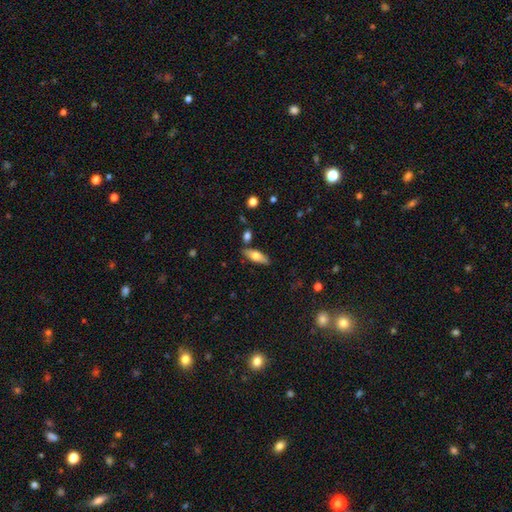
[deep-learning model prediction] smooth_or_featured: smooth (p=0.64) [alt: featured or disk p=0.30]
how_rounded: in between (p=0.65) [alt: cigar-shaped p=0.32]
merging: none (p=0.80) [alt: minor disturbance p=0.12]